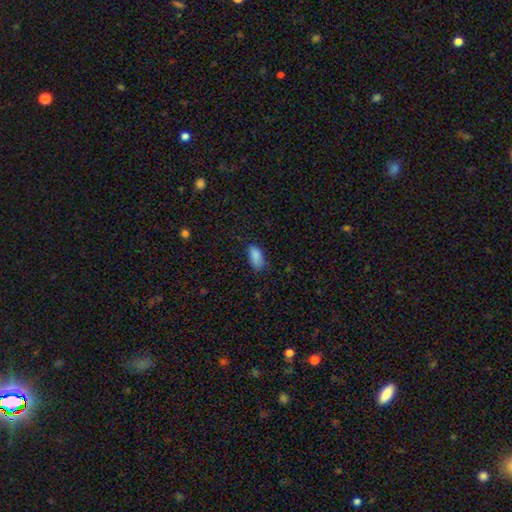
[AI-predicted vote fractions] Smooth or featured? Predicted: smooth (p=0.87). How rounded? Predicted: in between (p=0.90). Merging? Predicted: none (p=0.69).